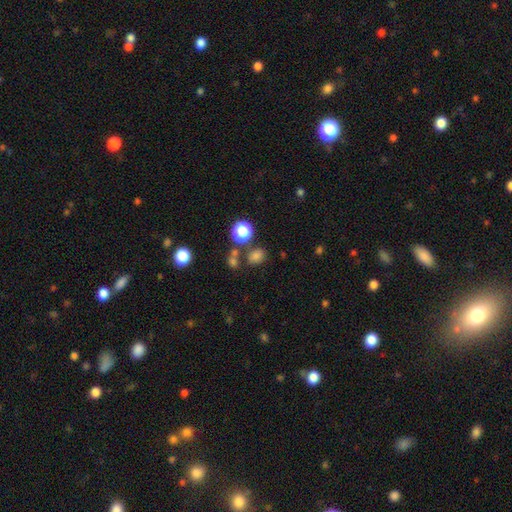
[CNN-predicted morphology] Smooth or featured? smooth (74%)
How rounded? round (53%)
Merging? none (69%)